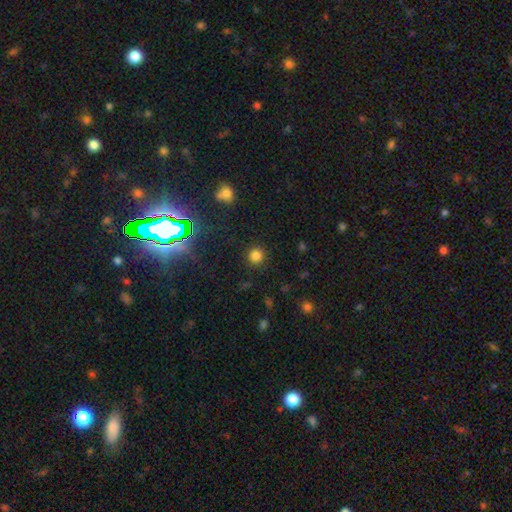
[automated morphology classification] type=smooth (78%); roundness=round (93%); merging=none (89%).